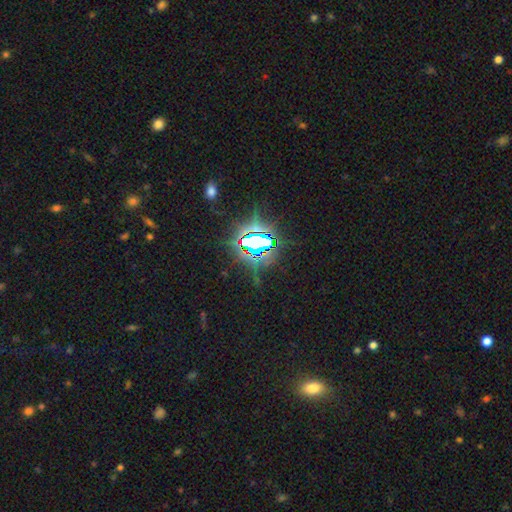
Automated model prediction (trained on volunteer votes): Morphology: type=star or artifact (79%).